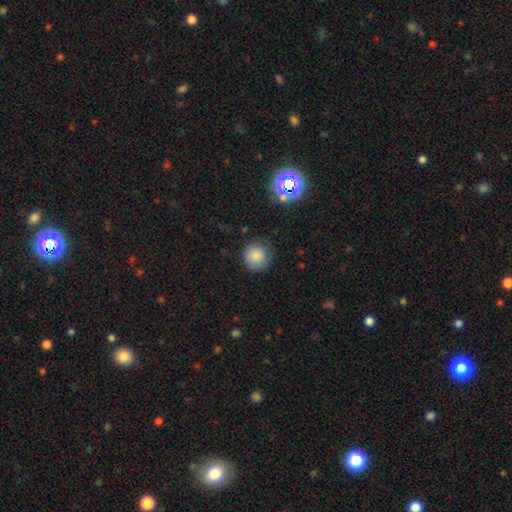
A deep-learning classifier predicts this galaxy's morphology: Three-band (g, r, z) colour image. It shows a smooth galaxy with no disk features (83%) that is round (94%). Merging: none (83%).